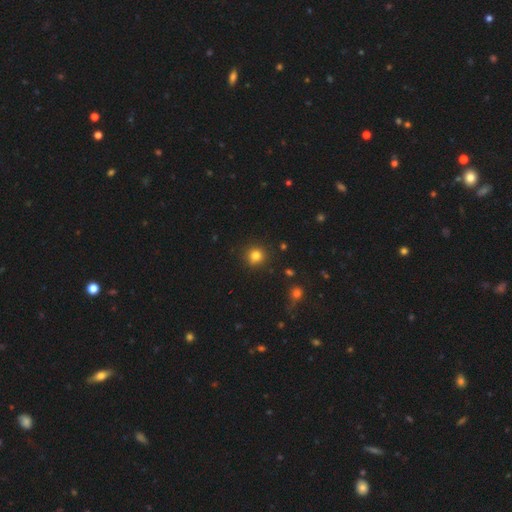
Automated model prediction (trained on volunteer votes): Smooth or featured? smooth (81%)
How rounded? round (90%)
Merging? none (89%)